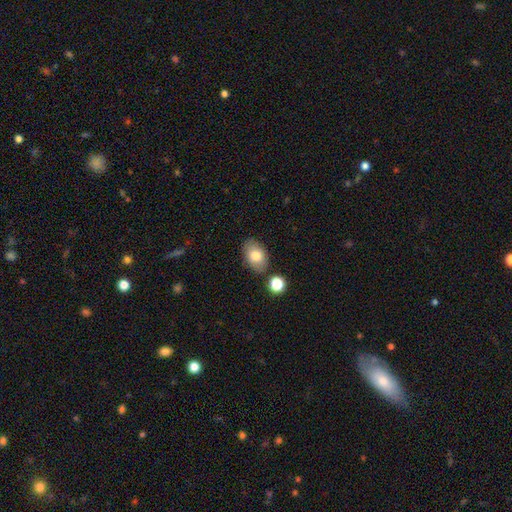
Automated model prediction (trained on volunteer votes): The model was most divided on "smooth or featured": smooth: 80%, featured or disk: 12%, star or artifact: 8%. More confident: how rounded — in between (86%); merging — none (81%).